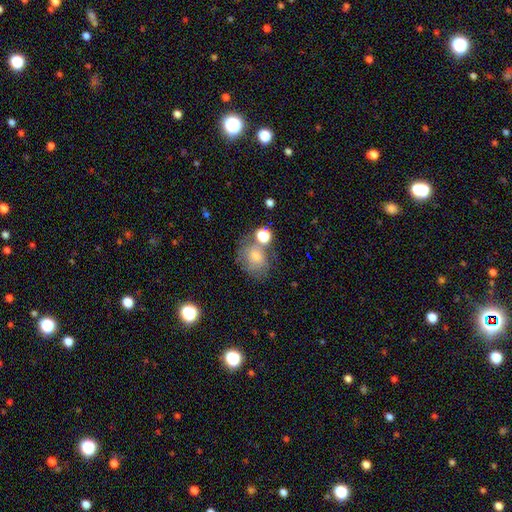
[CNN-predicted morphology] A smooth galaxy with no disk features (57%) that is round (55%).

Vote fractions:
- Smooth or featured? smooth: 57% / featured or disk: 27% / star or artifact: 16%
- How rounded? round: 55% / in between: 44% / cigar-shaped: 1%
- Merging? none: 50% / minor disturbance: 20% / merger: 17% / major disturbance: 12%